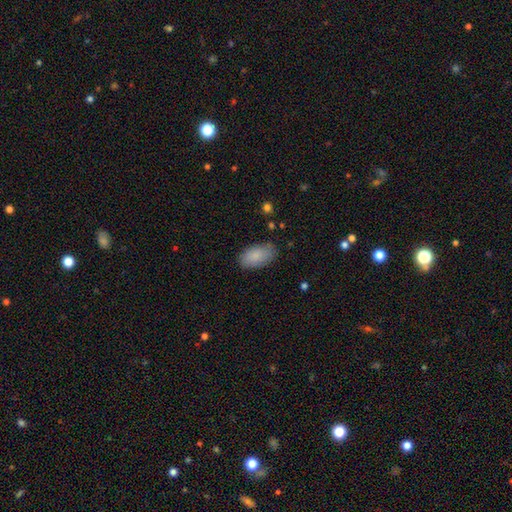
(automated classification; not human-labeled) Smooth or featured? smooth (86%)
How rounded? in between (94%)
Merging? none (78%)